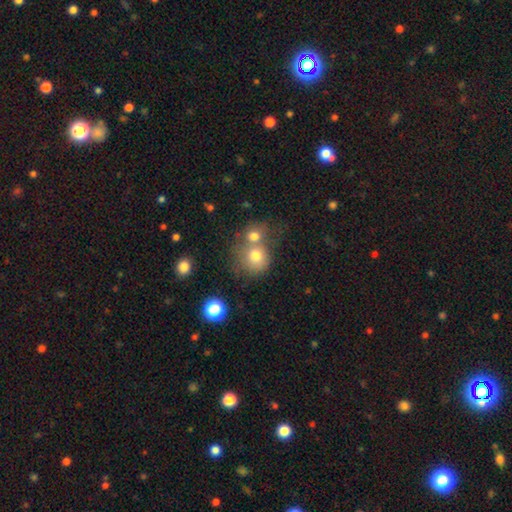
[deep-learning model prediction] smooth-or-featured: smooth: 74% | featured or disk: 14% | star or artifact: 12%
  how-rounded: round: 84% | in between: 16% | cigar-shaped: 1%
  merging: merger: 52% | none: 35% | minor disturbance: 8% | major disturbance: 5%